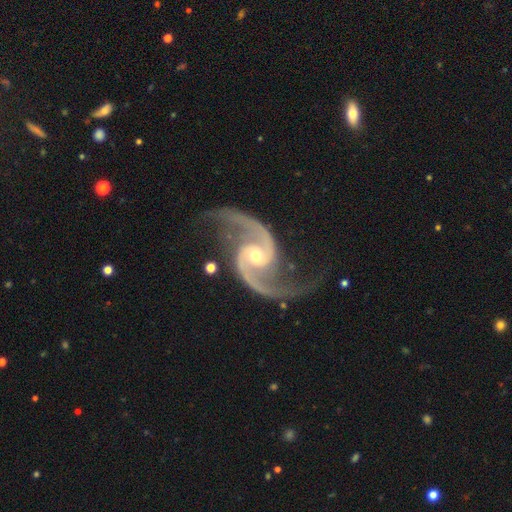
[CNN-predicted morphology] type=featured or disk (94%); edge-on=no (98%); bar=no (49%); spiral arms=yes (99%); winding=medium (55%); arm count=2 (95%); bulge=moderate (48%, tied with small); merging=none (76%).